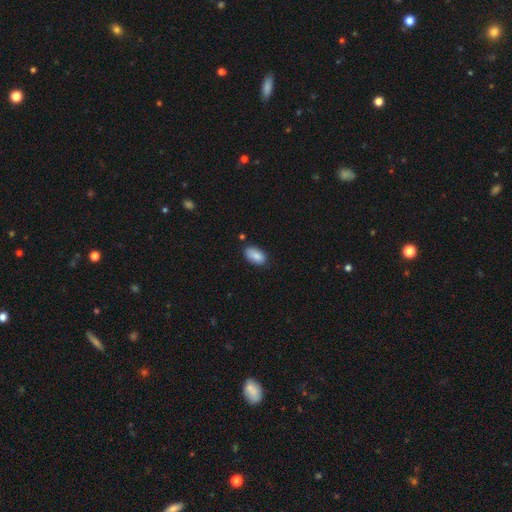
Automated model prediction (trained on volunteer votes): This appears to be a smooth galaxy with no disk features (86%) that is in between round and cigar-shaped (93%). Merging: none (75%).